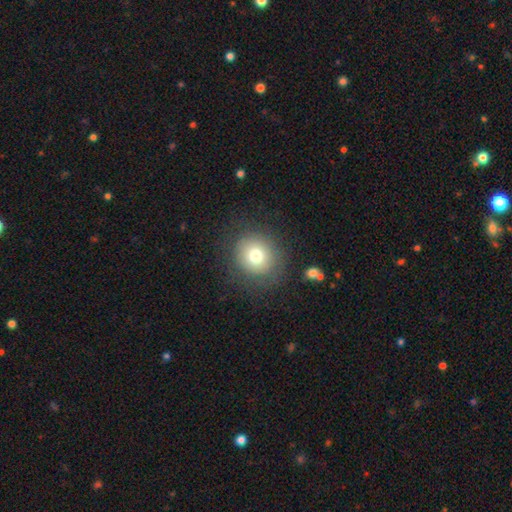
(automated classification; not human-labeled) Overall: smooth (75%). How rounded: round (85%). Merging: none (81%).